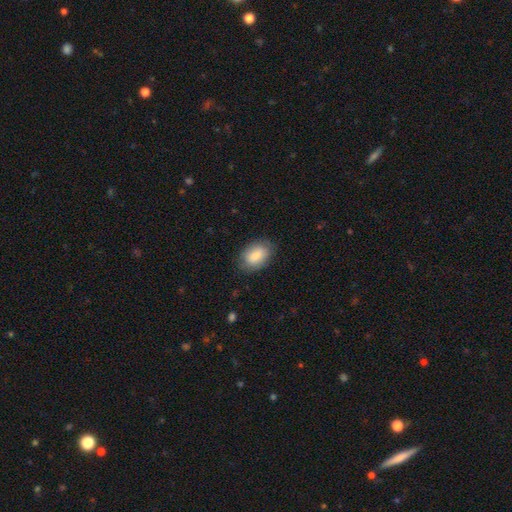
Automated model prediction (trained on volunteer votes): smooth 84%, featured or disk 9%, star or artifact 7%. Down the decision tree: how rounded — in between (86%); merging — none (81%).